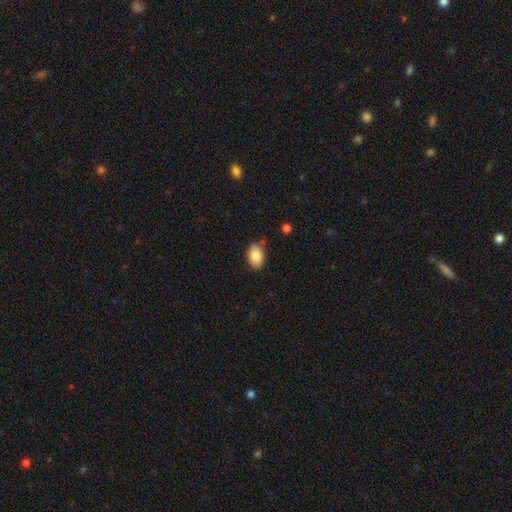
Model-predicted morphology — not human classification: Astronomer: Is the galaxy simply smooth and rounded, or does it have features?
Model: smooth — 87%.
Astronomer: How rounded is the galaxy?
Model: in between — 88%.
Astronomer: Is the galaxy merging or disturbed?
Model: none — 76%.